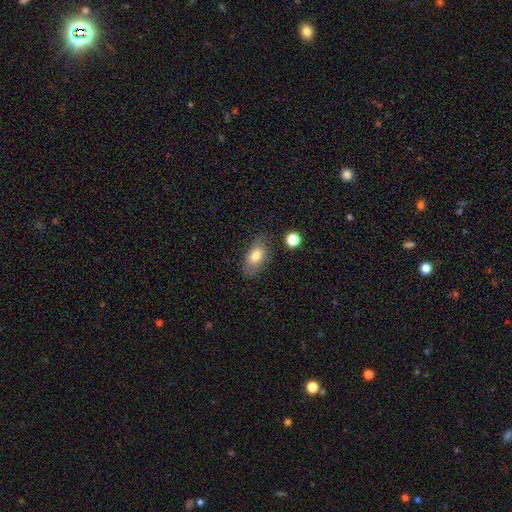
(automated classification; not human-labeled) Morphology: type=smooth (76%); roundness=in between (90%); merging=none (70%).